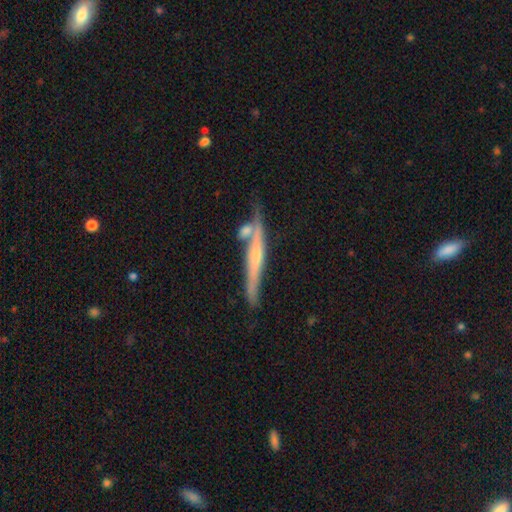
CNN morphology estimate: The model was most divided on "edge-on bulge": rounded: 53%, none: 38%, boxy: 9%. More confident: edge-on disk — yes (93%); smooth or featured — featured or disk (64%); merging — none (58%).